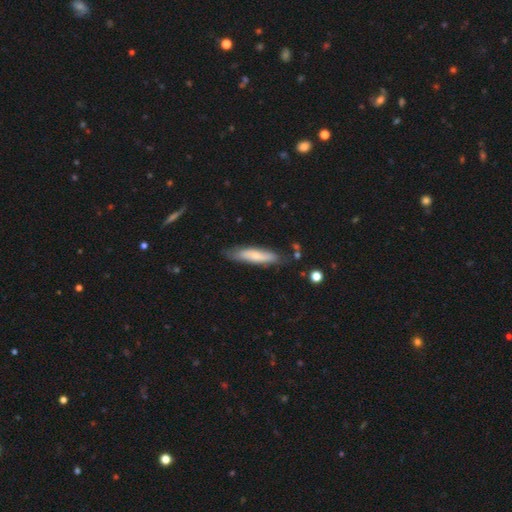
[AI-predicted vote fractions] Smooth or featured?
  - smooth: 65% *
  - featured or disk: 29%
  - star or artifact: 6%
How rounded?
  - cigar-shaped: 73% *
  - in between: 26%
  - round: 2%
Merging?
  - none: 76% *
  - minor disturbance: 18%
  - major disturbance: 4%
  - merger: 2%